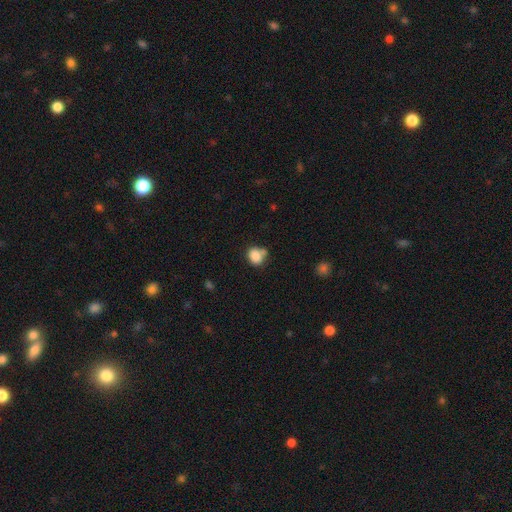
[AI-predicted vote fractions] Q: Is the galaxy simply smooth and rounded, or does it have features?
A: smooth — 85%.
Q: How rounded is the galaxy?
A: round — 61%.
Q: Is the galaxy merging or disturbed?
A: none — 55%.